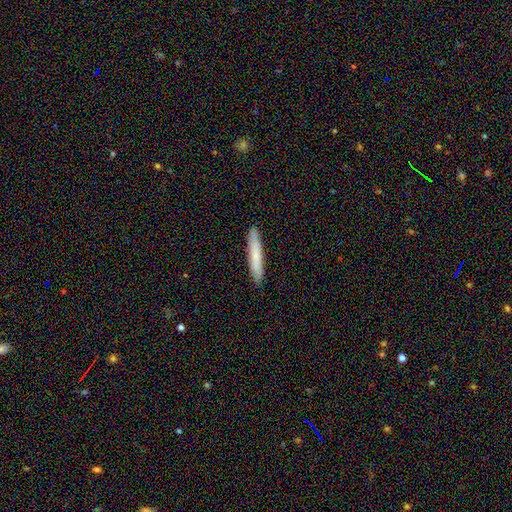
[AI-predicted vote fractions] A smooth galaxy with no disk features (77%) that is cigar-shaped (94%).

Vote fractions:
- Smooth or featured? smooth: 77% / featured or disk: 18% / star or artifact: 6%
- How rounded? cigar-shaped: 94% / in between: 5% / round: 1%
- Merging? none: 92% / minor disturbance: 6% / major disturbance: 1% / merger: 1%